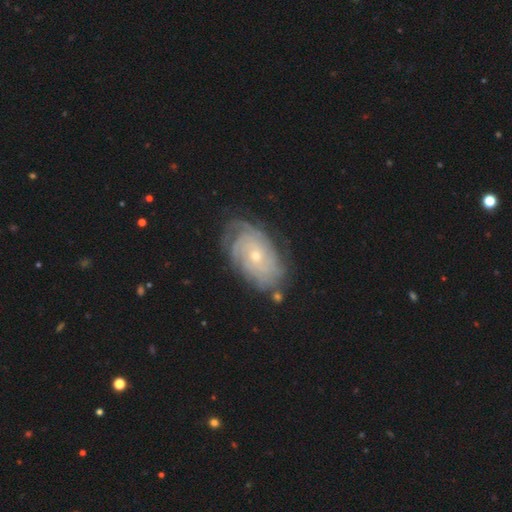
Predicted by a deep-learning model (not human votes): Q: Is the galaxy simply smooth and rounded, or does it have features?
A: featured or disk — 82%.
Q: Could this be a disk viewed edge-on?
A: no — 95%.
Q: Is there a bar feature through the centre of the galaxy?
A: no — 79%.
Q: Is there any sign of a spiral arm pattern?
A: yes — 95%.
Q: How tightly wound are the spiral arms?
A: tight — 79%.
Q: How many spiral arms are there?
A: can't tell — 40%.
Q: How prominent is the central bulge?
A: small — 66%.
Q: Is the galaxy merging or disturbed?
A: none — 74%.